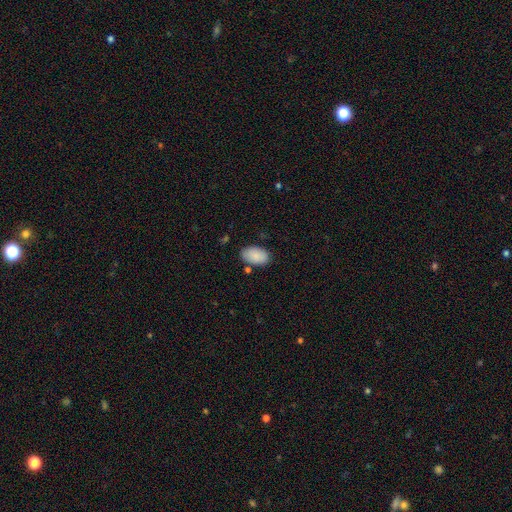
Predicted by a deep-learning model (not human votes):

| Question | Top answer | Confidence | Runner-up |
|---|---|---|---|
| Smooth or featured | smooth | 88% | star or artifact (6%) |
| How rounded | in between | 94% | round (5%) |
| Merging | none | 79% | minor disturbance (14%) |